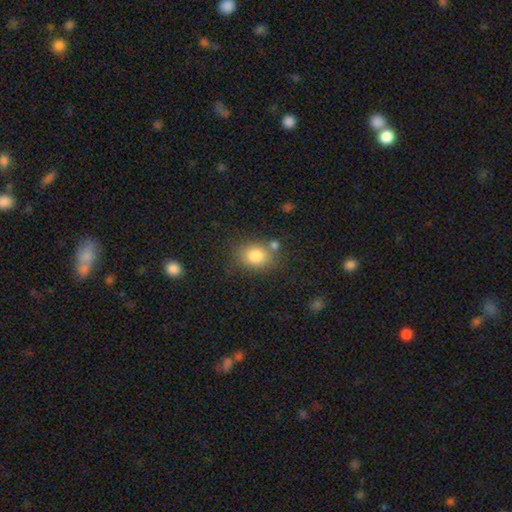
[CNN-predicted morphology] Smooth or featured? smooth (82%)
How rounded? round (50%)
Merging? none (67%)